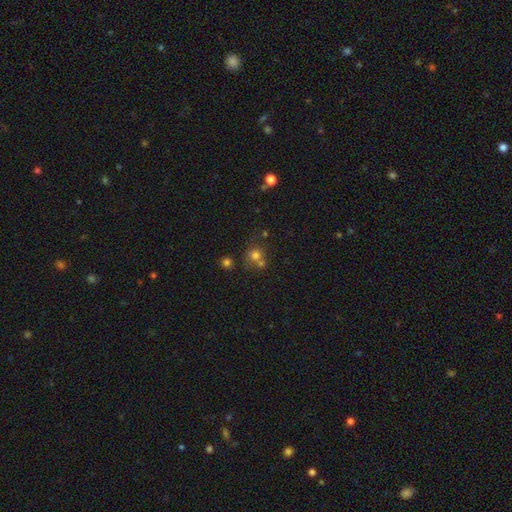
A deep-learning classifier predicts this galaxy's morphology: Smooth or featured?
  - smooth: 69% *
  - star or artifact: 18%
  - featured or disk: 13%
How rounded?
  - round: 83% *
  - in between: 16%
  - cigar-shaped: 1%
Merging?
  - none: 51% *
  - merger: 35%
  - minor disturbance: 10%
  - major disturbance: 5%